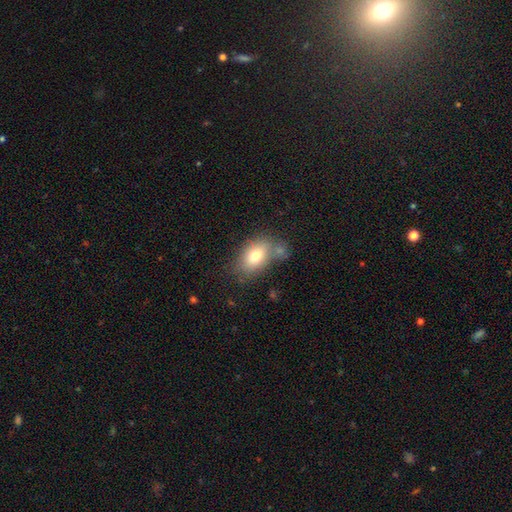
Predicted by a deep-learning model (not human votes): Overall: smooth (74%). How rounded: in between (85%). Merging: none (62%).